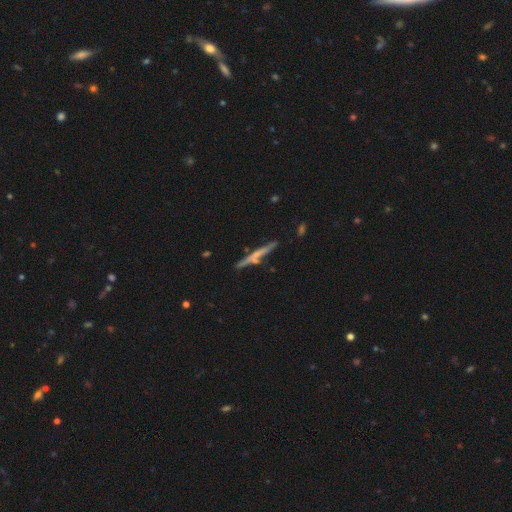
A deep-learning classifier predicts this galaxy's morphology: This is possibly a featured or disk galaxy (59%). It is clearly viewed edge-on (96%). Edge-on bulge: possibly none (48%). Merging: likely none (79%).